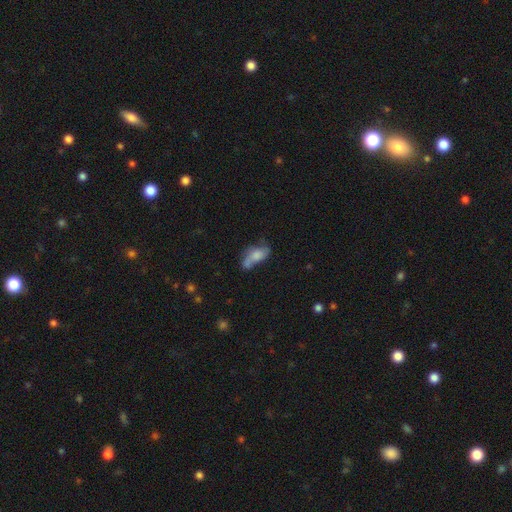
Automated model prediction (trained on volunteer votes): Smooth or featured?
  - smooth: 57% *
  - featured or disk: 34%
  - star or artifact: 9%
How rounded?
  - in between: 83% *
  - cigar-shaped: 12%
  - round: 5%
Merging?
  - none: 37% *
  - minor disturbance: 27%
  - major disturbance: 19%
  - merger: 16%